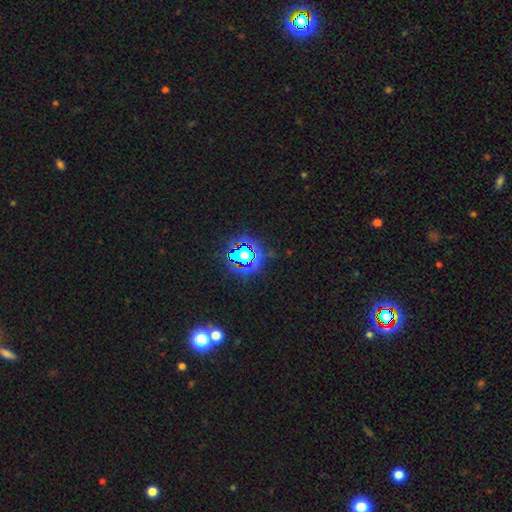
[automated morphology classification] Overall: star or artifact (81%).